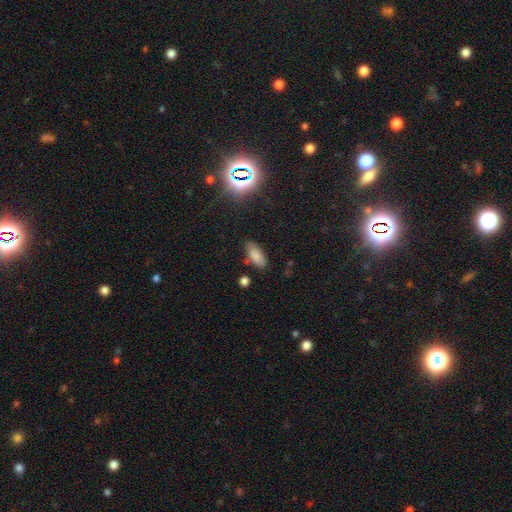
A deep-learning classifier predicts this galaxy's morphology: A smooth galaxy with no disk features (82%) that is in between round and cigar-shaped (85%).

Vote fractions:
- Smooth or featured? smooth: 82% / star or artifact: 10% / featured or disk: 8%
- How rounded? in between: 85% / cigar-shaped: 12% / round: 3%
- Merging? none: 76% / minor disturbance: 16% / merger: 4% / major disturbance: 4%